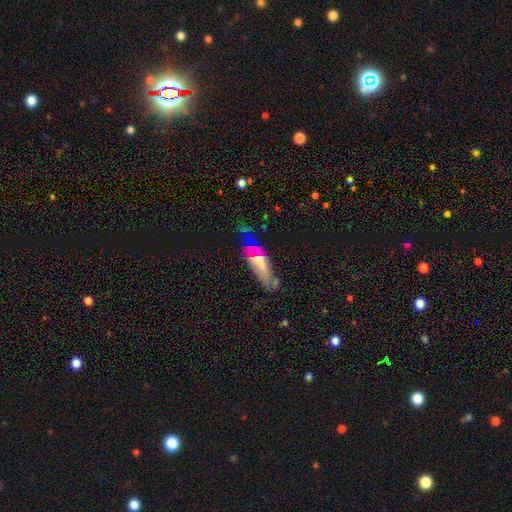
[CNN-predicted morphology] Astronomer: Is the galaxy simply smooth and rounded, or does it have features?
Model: featured or disk — 51% (runner-up: smooth, 37%).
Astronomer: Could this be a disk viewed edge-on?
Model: no — 58% (runner-up: yes, 42%).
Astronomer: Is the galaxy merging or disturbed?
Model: none — 48% (runner-up: minor disturbance, 28%).